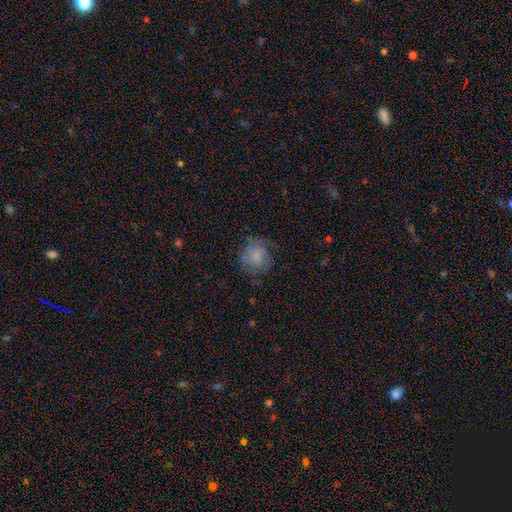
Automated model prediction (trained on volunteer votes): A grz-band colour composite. It shows a smooth galaxy with no disk features (73%) that is round (86%). Merging: none (64%).